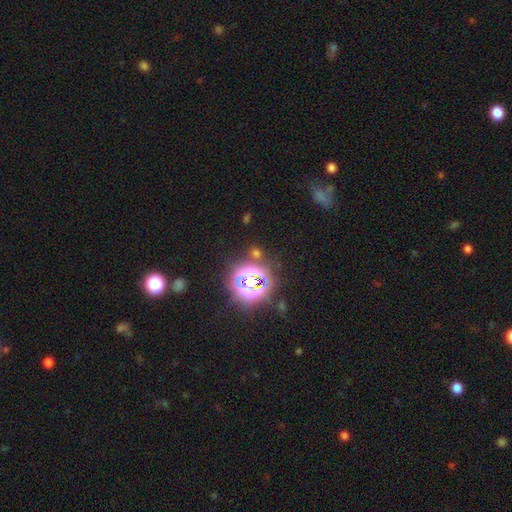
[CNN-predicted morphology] This is likely a star or artifact rather than a galaxy (70%).